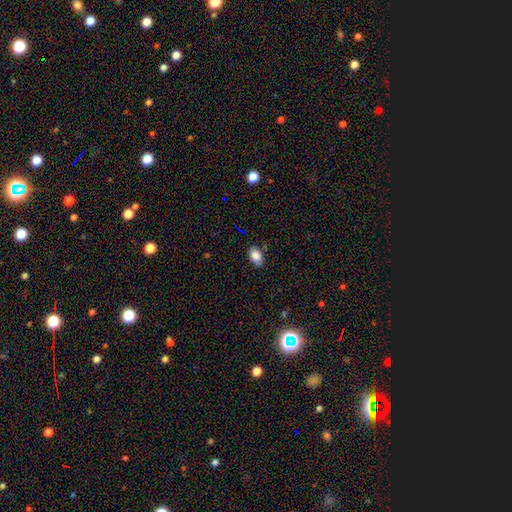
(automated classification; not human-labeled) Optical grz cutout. It shows a smooth galaxy with no disk features (84%) that is in between round and cigar-shaped (86%). Merging: none (76%).